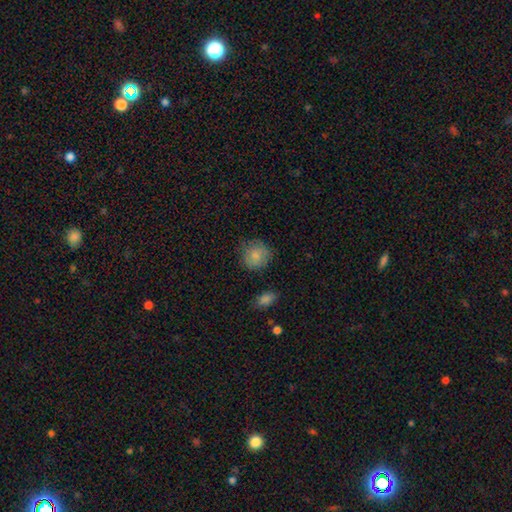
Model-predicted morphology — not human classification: Smooth or featured? smooth (83%)
How rounded? round (86%)
Merging? none (75%)